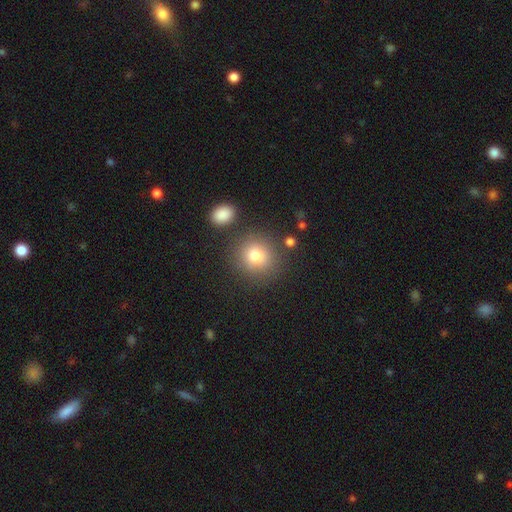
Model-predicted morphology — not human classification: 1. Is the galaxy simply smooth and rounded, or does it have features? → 79% smooth, 12% star or artifact, 9% featured or disk.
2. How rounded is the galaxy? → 85% round, 14% in between, 1% cigar-shaped.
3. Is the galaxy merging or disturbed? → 80% none, 10% minor disturbance, 6% merger, 4% major disturbance.